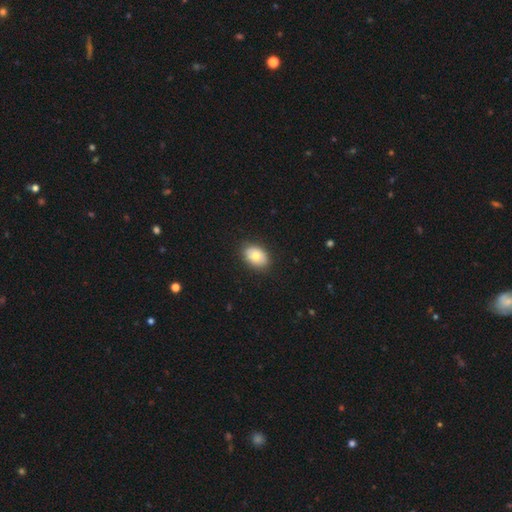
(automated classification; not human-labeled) Smooth or featured? Predicted: smooth (p=0.75). How rounded? Predicted: in between (p=0.82). Merging? Predicted: none (p=0.87).